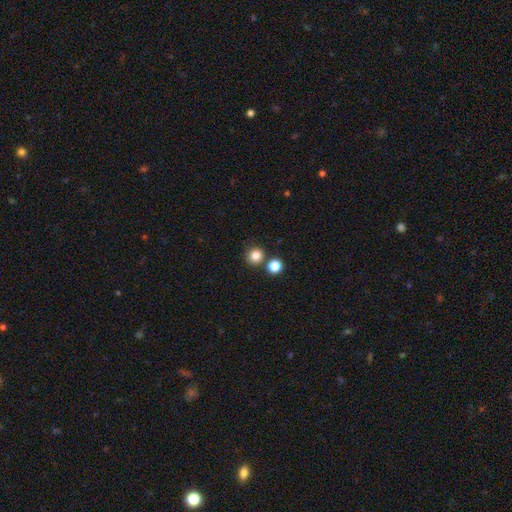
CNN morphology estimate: smooth-or-featured: smooth: 84% | star or artifact: 12% | featured or disk: 4%
  how-rounded: round: 89% | in between: 10% | cigar-shaped: 1%
  merging: none: 76% | merger: 14% | minor disturbance: 7% | major disturbance: 3%